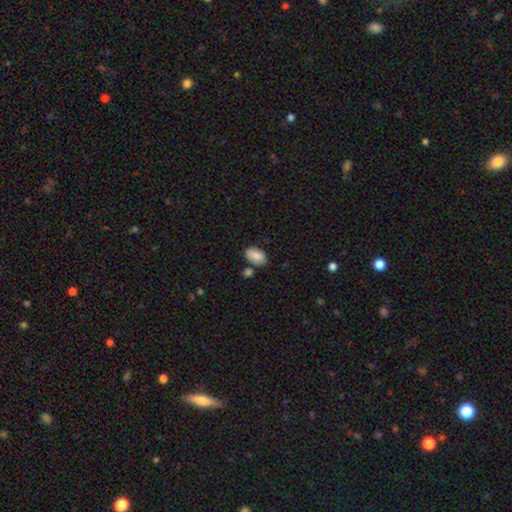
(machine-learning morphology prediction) smooth_or_featured: smooth (p=0.86) [alt: star or artifact p=0.07]
how_rounded: in between (p=0.92) [alt: round p=0.06]
merging: none (p=0.69) [alt: minor disturbance p=0.15]